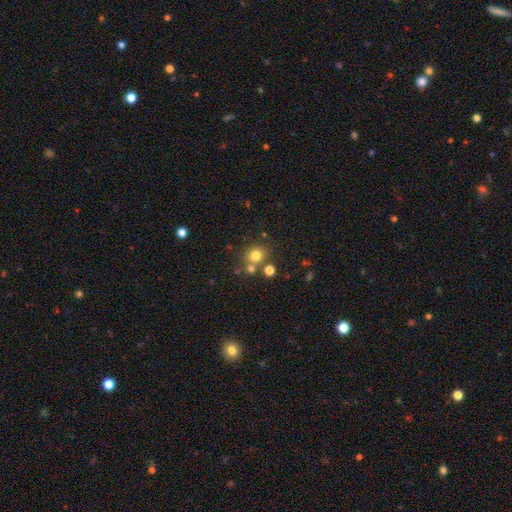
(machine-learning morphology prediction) This appears to be a smooth galaxy with no disk features (76%) that is round (86%). Merging: none (68%).